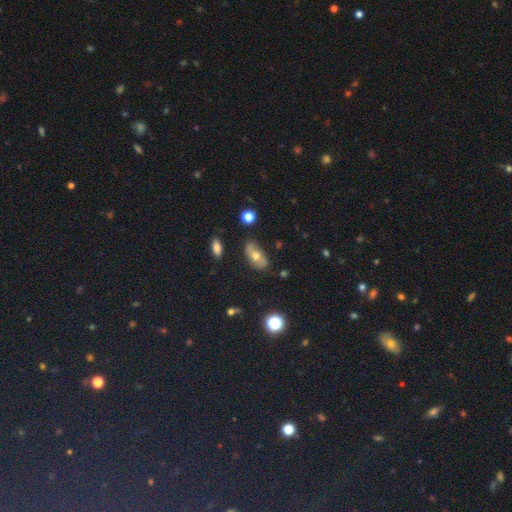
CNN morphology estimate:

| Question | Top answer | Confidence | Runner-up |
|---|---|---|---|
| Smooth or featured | smooth | 49% | featured or disk (41%) |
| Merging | none | 74% | minor disturbance (18%) |